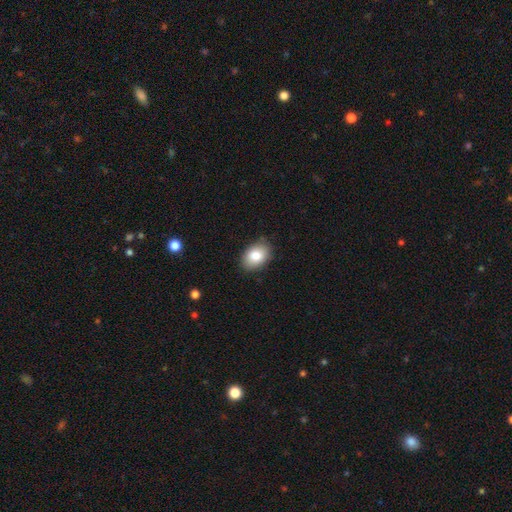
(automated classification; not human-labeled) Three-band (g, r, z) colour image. It shows a smooth galaxy with no disk features (83%) that is in between round and cigar-shaped (82%). Merging: none (84%).